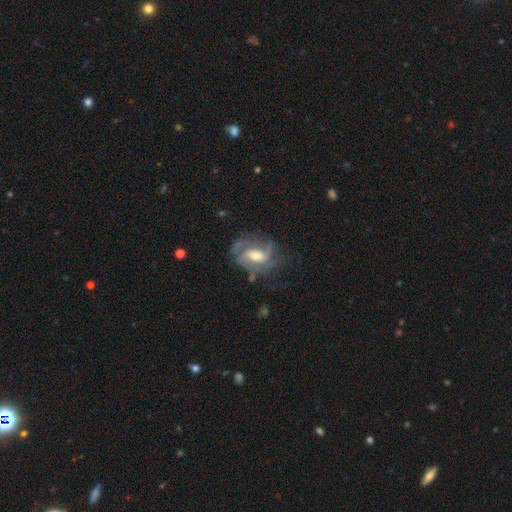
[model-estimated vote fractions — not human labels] Q: Smooth or featured?
A: featured or disk (79%); runner-up: smooth (14%)
Q: Edge-on disk?
A: no (96%); runner-up: yes (4%)
Q: Bar?
A: weak (48%); runner-up: no (34%)
Q: Spiral arms?
A: yes (89%); runner-up: no (11%)
Q: Spiral winding?
A: medium (44%); runner-up: tight (37%)
Q: Spiral arm count?
A: 2 (39%); runner-up: can't tell (27%)
Q: Bulge size?
A: moderate (57%); runner-up: small (25%)
Q: Merging?
A: none (57%); runner-up: minor disturbance (22%)